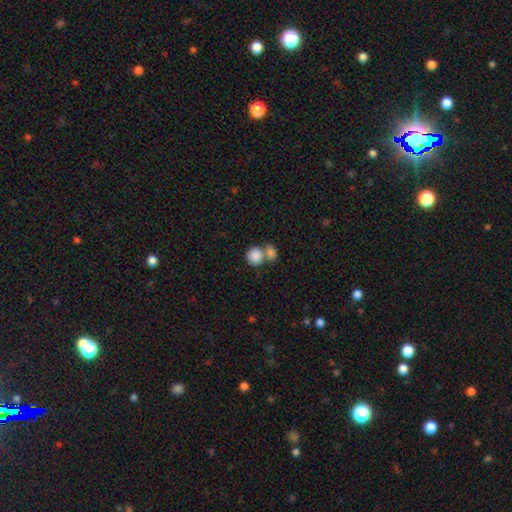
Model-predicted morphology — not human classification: Smooth or featured? Predicted: smooth (p=0.86). How rounded? Predicted: round (p=0.80). Merging? Predicted: merger (p=0.52).